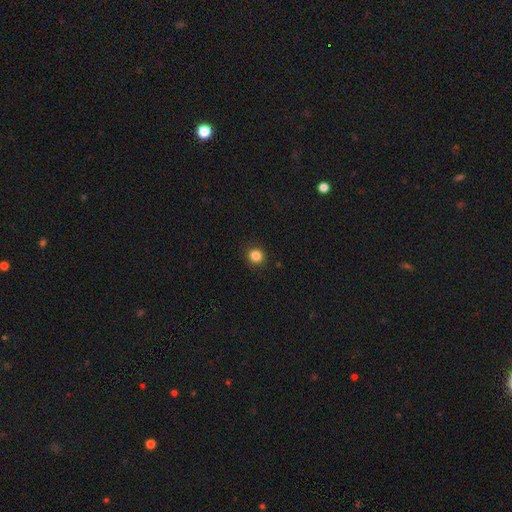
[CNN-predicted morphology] Smooth or featured: smooth — 85% (star or artifact — 11%)
How rounded: round — 85% (in between — 14%)
Merging: none — 91% (minor disturbance — 6%)